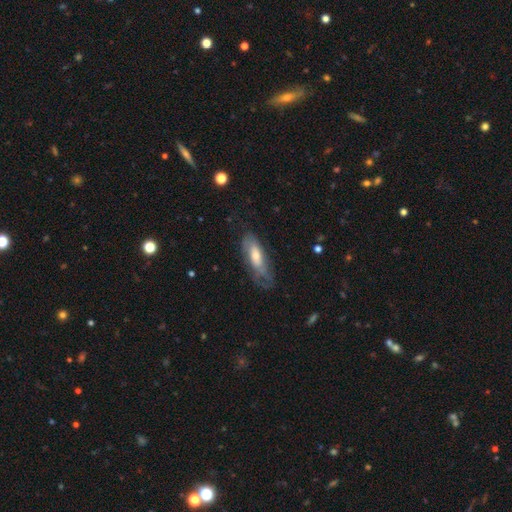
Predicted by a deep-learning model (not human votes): Overall: featured or disk (48%; smooth 45%). Merging: none (51%; minor disturbance 28%).